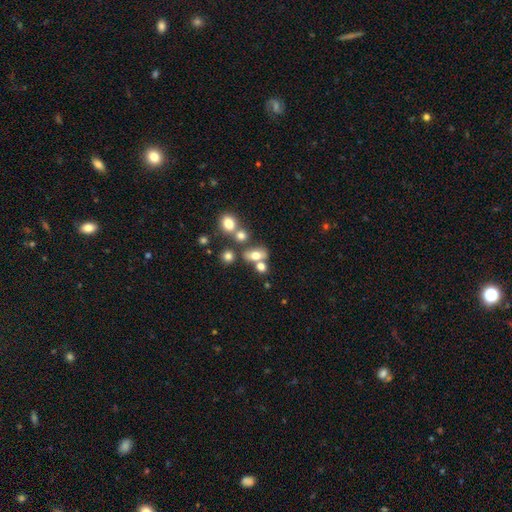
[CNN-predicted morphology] This appears to be a smooth galaxy with no disk features (67%) that is in between round and cigar-shaped (68%). Merging: none (50%).